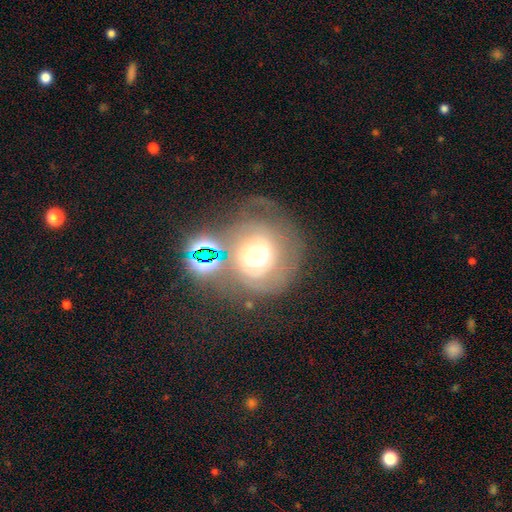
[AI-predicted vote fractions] Smooth or featured?
  - featured or disk: 51% *
  - smooth: 33%
  - star or artifact: 16%
Edge-on disk?
  - no: 95% *
  - yes: 5%
Merging?
  - none: 45% *
  - major disturbance: 24%
  - minor disturbance: 18%
  - merger: 14%